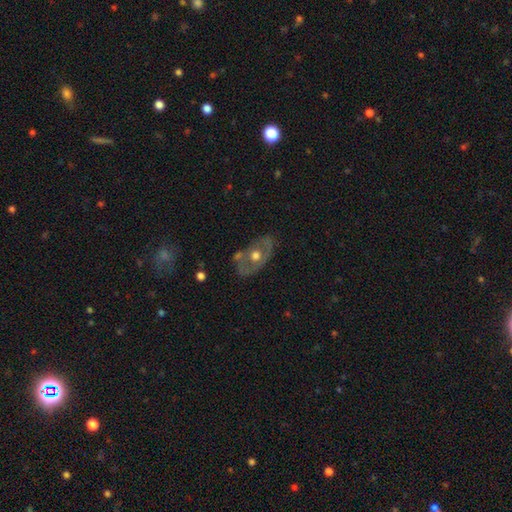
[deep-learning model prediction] featured or disk 61%, smooth 33%, star or artifact 7%. Down the decision tree: edge-on disk — no (89%); bar — no (89%); spiral arms — no (81%); bulge size — moderate (70%); merging — none (65%).